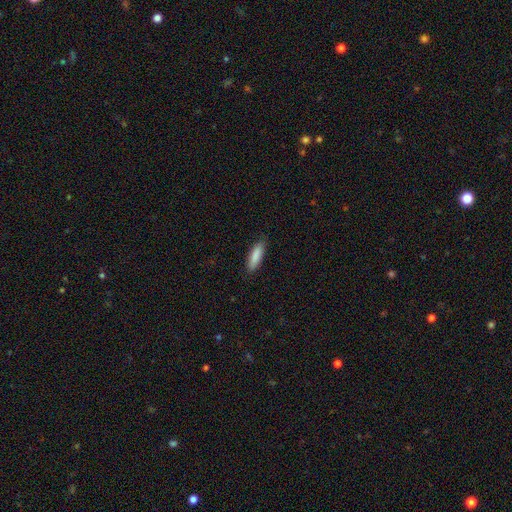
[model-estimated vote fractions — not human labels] Smooth or featured? smooth (88%)
How rounded? cigar-shaped (55%)
Merging? none (86%)